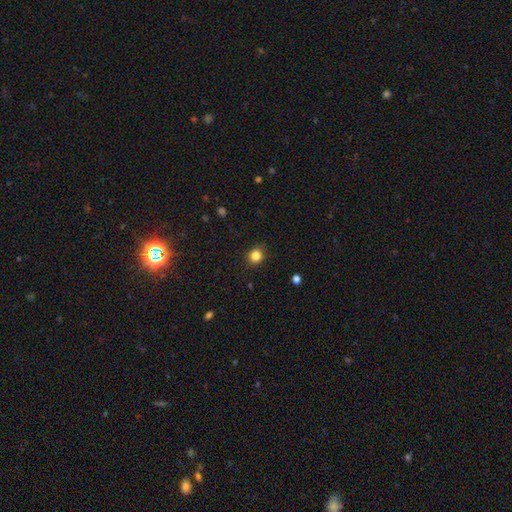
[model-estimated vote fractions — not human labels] A smooth galaxy with no disk features (84%) that is round (81%). Merging: none (88%).